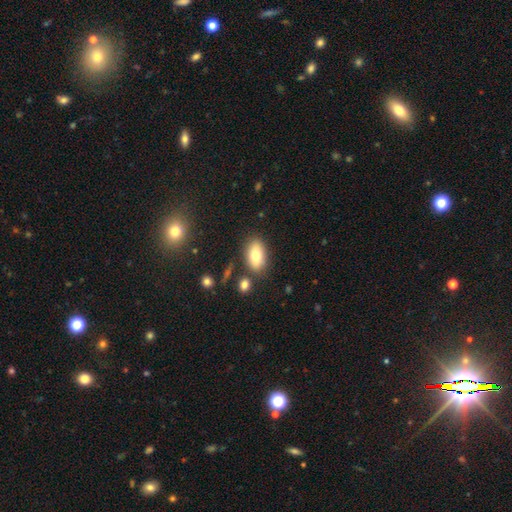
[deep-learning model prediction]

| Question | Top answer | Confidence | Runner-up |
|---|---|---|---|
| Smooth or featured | smooth | 77% | featured or disk (15%) |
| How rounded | in between | 90% | round (7%) |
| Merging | none | 78% | minor disturbance (12%) |